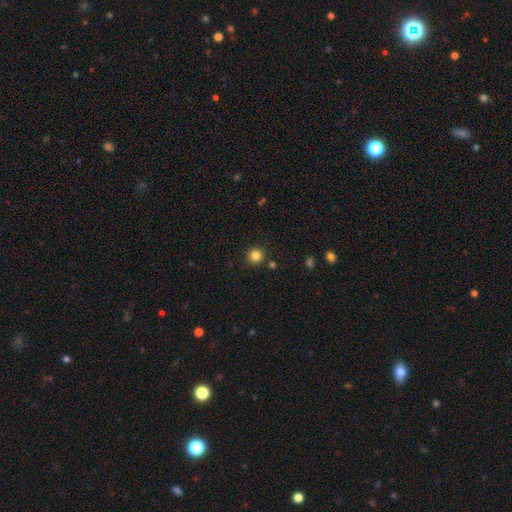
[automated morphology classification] Smooth or featured?
  - smooth: 83% *
  - star or artifact: 12%
  - featured or disk: 5%
How rounded?
  - round: 94% *
  - in between: 5%
  - cigar-shaped: 1%
Merging?
  - none: 89% *
  - minor disturbance: 6%
  - merger: 3%
  - major disturbance: 2%